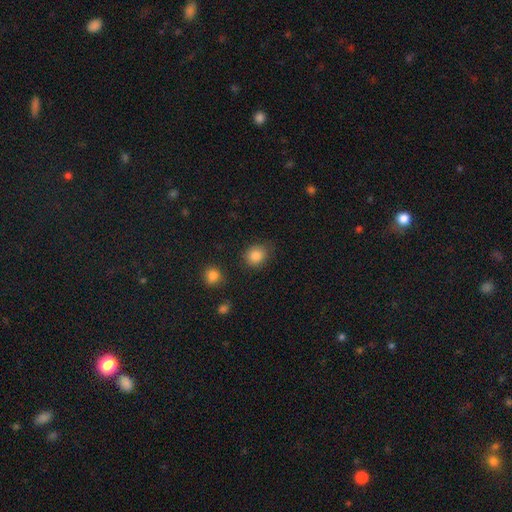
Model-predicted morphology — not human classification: Overall: smooth (86%). How rounded: round (72%). Merging: none (79%).